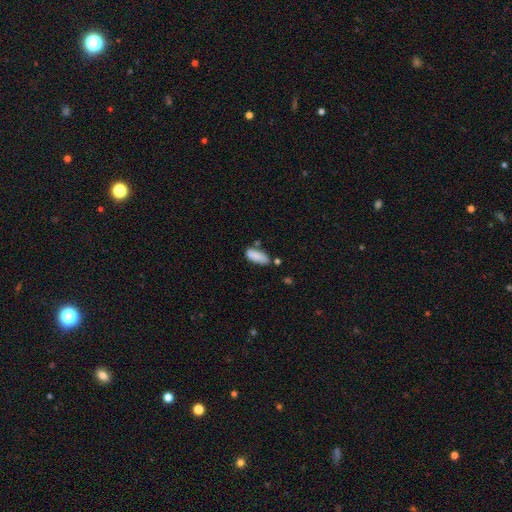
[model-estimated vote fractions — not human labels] A smooth galaxy with no disk features (85%) that is in between round and cigar-shaped (80%). Merging: none (59%).